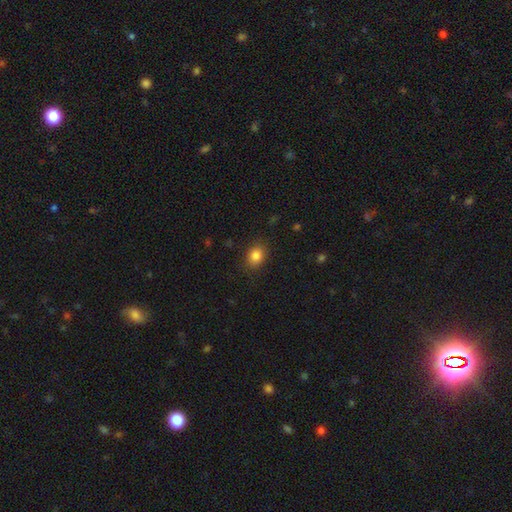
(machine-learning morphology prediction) Smooth or featured? Predicted: smooth (p=0.85). How rounded? Predicted: in between (p=0.55). Merging? Predicted: none (p=0.86).